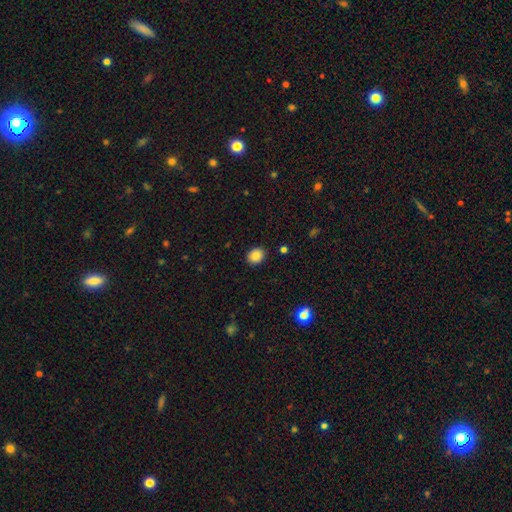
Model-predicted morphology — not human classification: smooth-or-featured: smooth: 87% | star or artifact: 9% | featured or disk: 4%
  how-rounded: round: 56% | in between: 43% | cigar-shaped: 1%
  merging: none: 89% | minor disturbance: 8% | major disturbance: 2% | merger: 1%